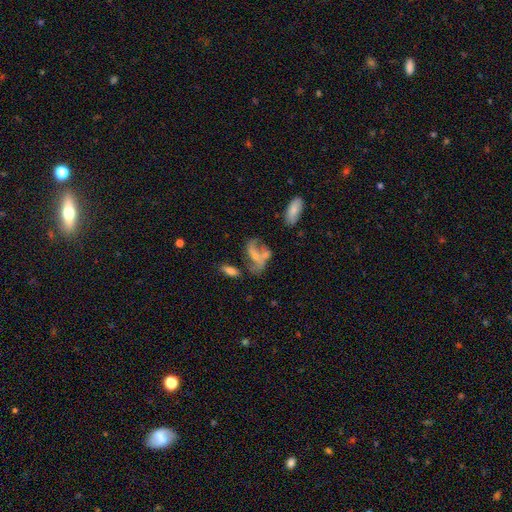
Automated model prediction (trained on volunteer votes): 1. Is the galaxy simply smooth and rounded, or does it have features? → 55% featured or disk, 35% smooth, 11% star or artifact.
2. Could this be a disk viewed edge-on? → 91% no, 9% yes.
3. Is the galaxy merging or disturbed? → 32% none, 30% merger, 19% major disturbance, 18% minor disturbance.